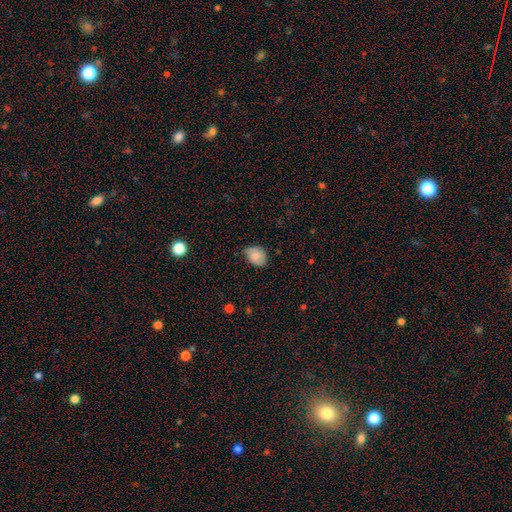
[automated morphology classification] Smooth or featured? Predicted: smooth (p=0.78). How rounded? Predicted: in between (p=0.59). Merging? Predicted: none (p=0.59).